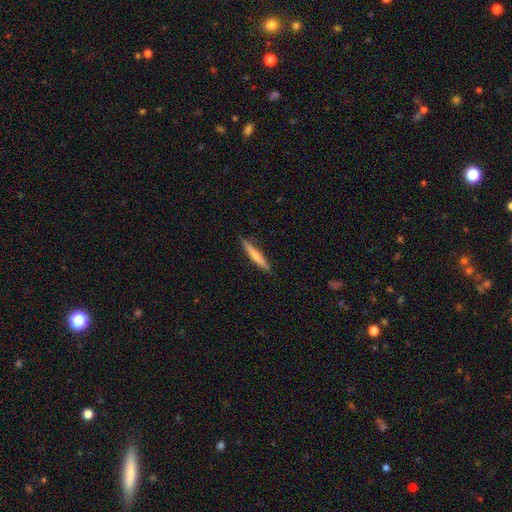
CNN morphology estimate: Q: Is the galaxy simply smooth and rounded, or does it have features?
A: smooth — 64%.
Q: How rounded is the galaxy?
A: cigar-shaped — 94%.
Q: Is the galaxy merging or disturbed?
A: none — 88%.